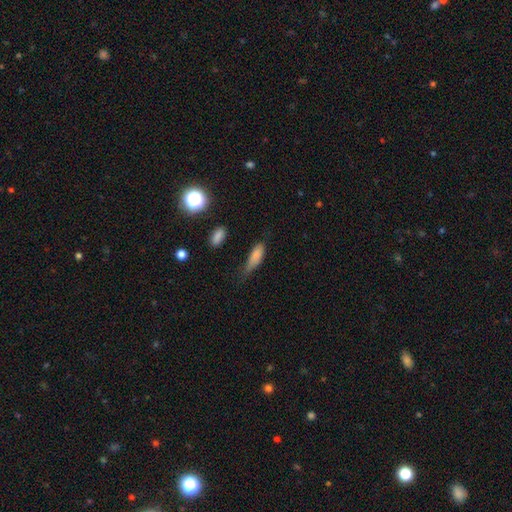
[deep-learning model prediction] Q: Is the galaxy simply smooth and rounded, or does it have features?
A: smooth — 82%.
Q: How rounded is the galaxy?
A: in between — 61%.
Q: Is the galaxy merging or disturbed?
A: minor disturbance — 42%.